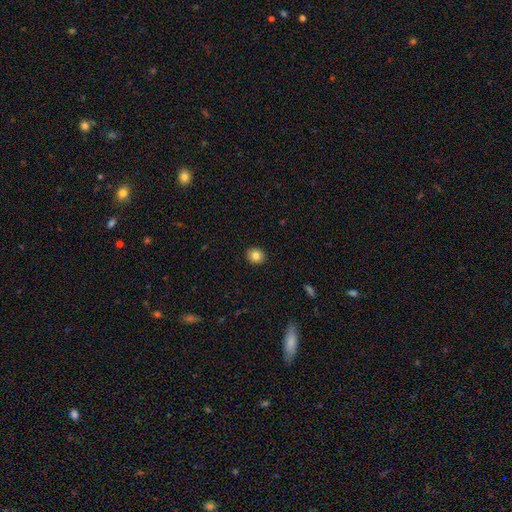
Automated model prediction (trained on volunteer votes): This appears to be a smooth galaxy with no disk features (83%) that is round (78%). Merging: none (92%).